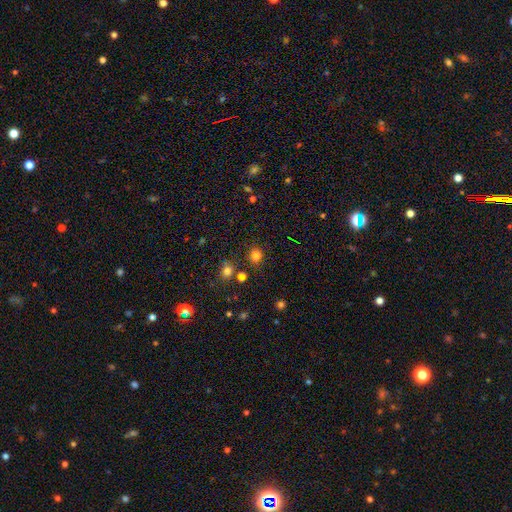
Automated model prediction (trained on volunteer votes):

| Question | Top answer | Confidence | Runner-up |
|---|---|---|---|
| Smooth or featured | smooth | 79% | star or artifact (16%) |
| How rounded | round | 85% | in between (14%) |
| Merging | none | 83% | minor disturbance (9%) |